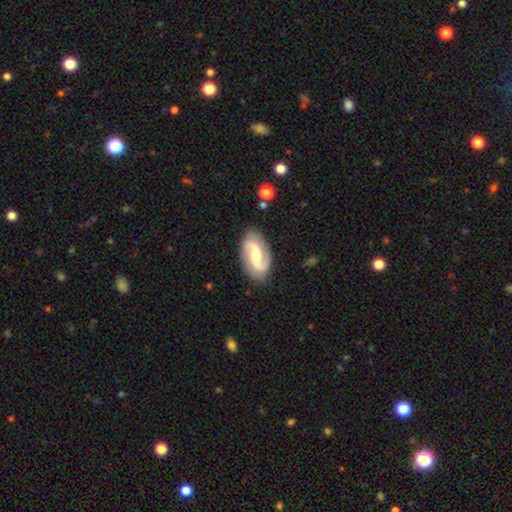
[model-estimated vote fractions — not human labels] smooth-or-featured: featured or disk: 86% | smooth: 10% | star or artifact: 4%
  disk-edge-on: no: 97% | yes: 3%
    bar: weak: 44% | no: 40% | strong: 17%
    has-spiral-arms: yes: 97% | no: 3%
      spiral-winding: medium: 48% | loose: 37% | tight: 16%
      spiral-arm-count: 2: 93% | can't tell: 2% | 3: 1% | 1: 1% | 4: 1% | more than 4: 1%
    bulge-size: moderate: 49% | small: 38% | large: 7% | none: 5% | dominant: 1%
  merging: none: 83% | minor disturbance: 12% | major disturbance: 4% | merger: 1%